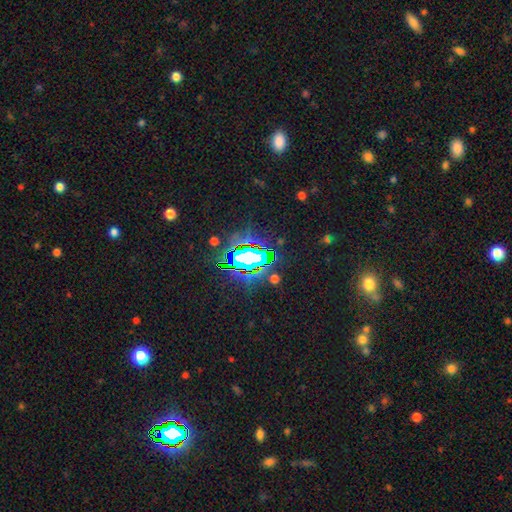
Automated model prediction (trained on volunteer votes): Smooth or featured? star or artifact (78%)